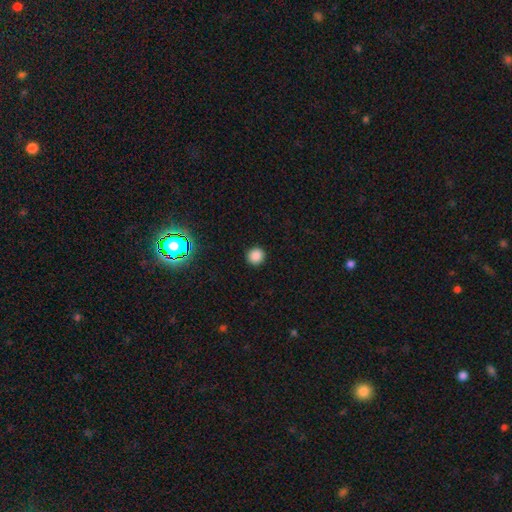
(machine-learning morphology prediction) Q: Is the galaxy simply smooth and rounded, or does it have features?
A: smooth — 85%.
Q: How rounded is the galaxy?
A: round — 93%.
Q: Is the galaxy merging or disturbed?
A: none — 93%.